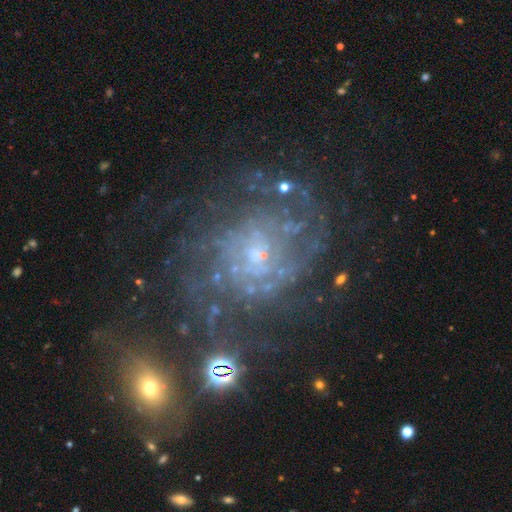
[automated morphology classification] Smooth or featured? Predicted: featured or disk (p=0.78). Edge-on disk? Predicted: no (p=0.97). Bar? Predicted: no (p=0.70). Spiral arms? Predicted: yes (p=0.85). Spiral winding? Predicted: tight (p=0.59). Spiral arm count? Predicted: can't tell (p=0.47). Bulge size? Predicted: small (p=0.65). Merging? Predicted: none (p=0.64).